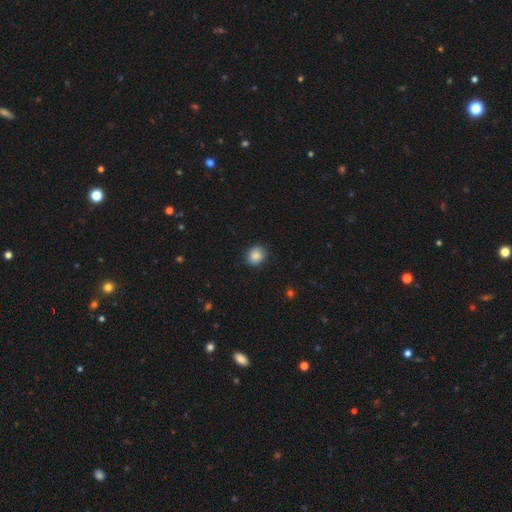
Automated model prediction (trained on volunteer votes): Smooth or featured: smooth — 86% (star or artifact — 8%)
How rounded: round — 73% (in between — 26%)
Merging: none — 84% (minor disturbance — 13%)